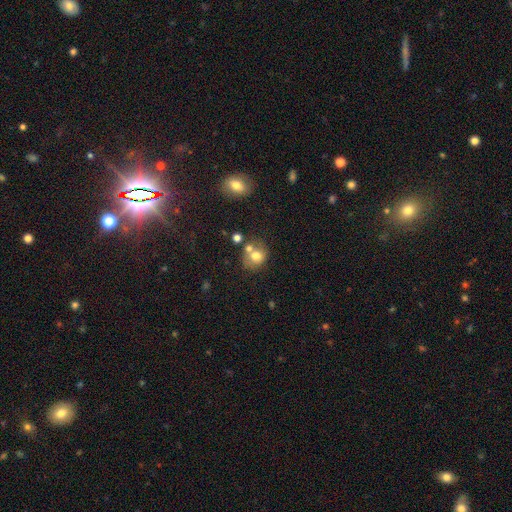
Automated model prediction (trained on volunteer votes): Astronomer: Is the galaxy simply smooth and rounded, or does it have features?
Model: smooth — 70%.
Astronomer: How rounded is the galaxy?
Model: round — 68%.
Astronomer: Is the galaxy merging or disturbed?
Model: none — 44% (runner-up: merger, 36%).